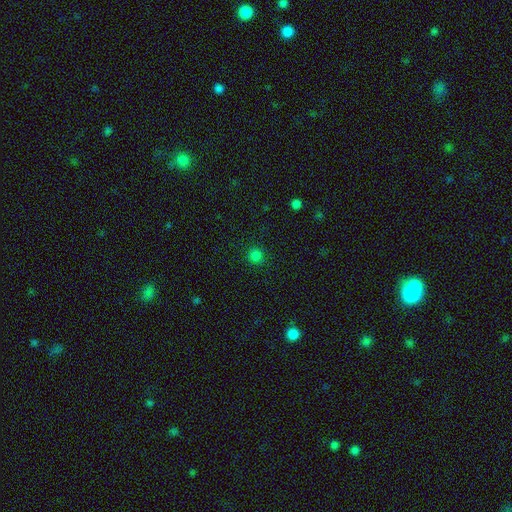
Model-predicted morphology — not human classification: smooth 81%, star or artifact 16%, featured or disk 3%. Down the decision tree: how rounded — round (94%); merging — none (91%).